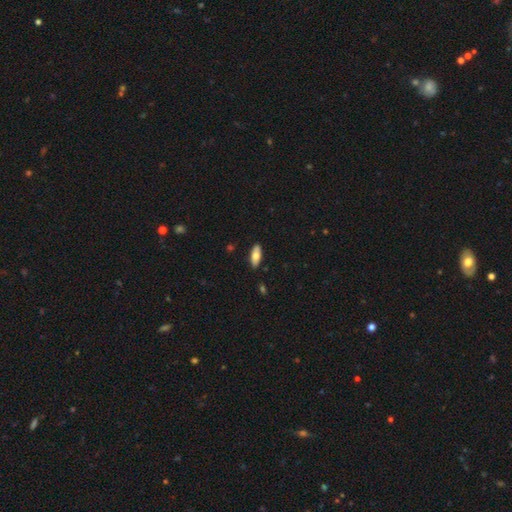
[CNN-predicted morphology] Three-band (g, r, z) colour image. It shows a smooth galaxy with no disk features (72%) that is in between round and cigar-shaped (77%). Merging: none (88%).